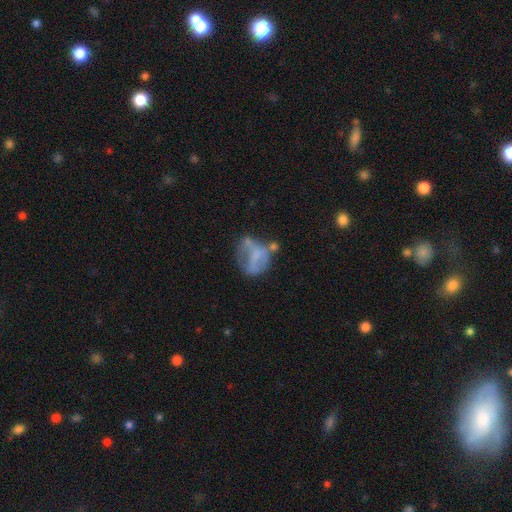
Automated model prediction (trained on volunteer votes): The model was most divided on "smooth or featured" (2-way tie): featured or disk: 44%, smooth: 44%, star or artifact: 12%. Remaining: merging — none (31%).